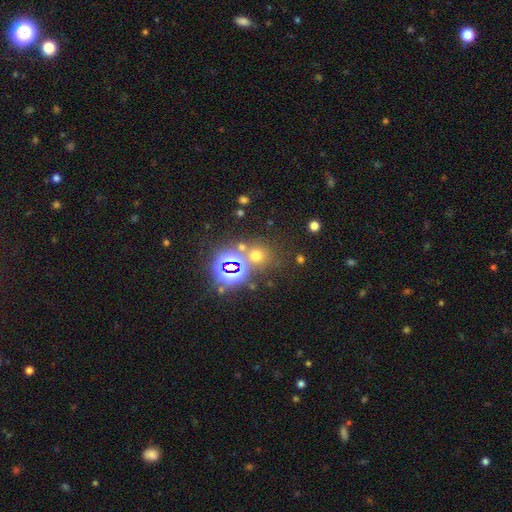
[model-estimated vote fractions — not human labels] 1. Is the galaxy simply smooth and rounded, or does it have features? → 54% smooth, 38% star or artifact, 8% featured or disk.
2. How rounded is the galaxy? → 84% round, 15% in between, 1% cigar-shaped.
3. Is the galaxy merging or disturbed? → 70% none, 16% merger, 9% minor disturbance, 5% major disturbance.